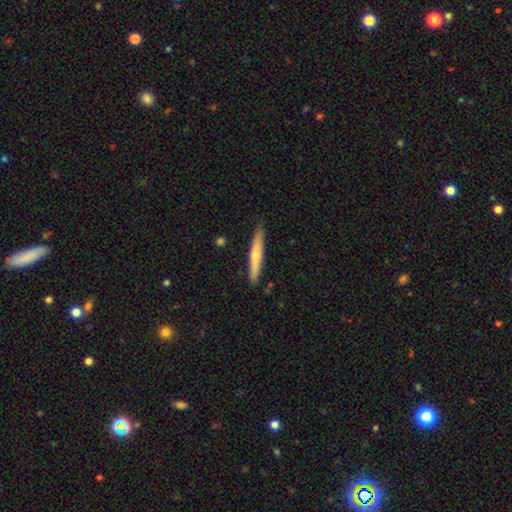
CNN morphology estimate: A smooth galaxy with no disk features (59%) that is cigar-shaped (94%). Merging: none (86%).